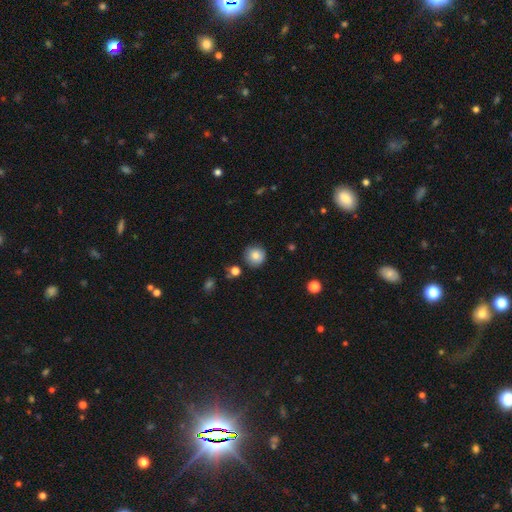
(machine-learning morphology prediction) Overall: smooth (82%). How rounded: round (94%). Merging: none (87%).